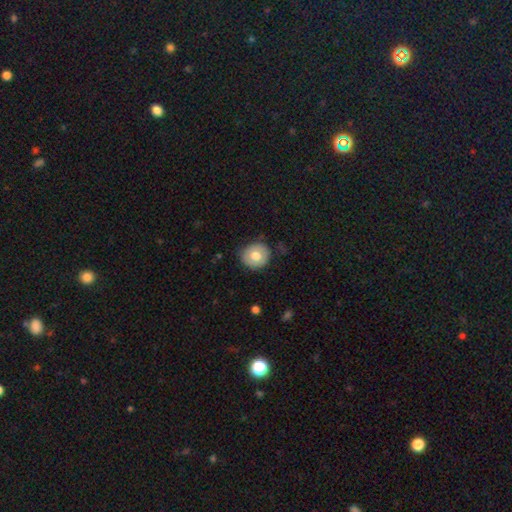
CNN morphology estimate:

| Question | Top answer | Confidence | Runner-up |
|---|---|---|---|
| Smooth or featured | smooth | 68% | featured or disk (25%) |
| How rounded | round | 87% | in between (12%) |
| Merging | none | 84% | minor disturbance (12%) |